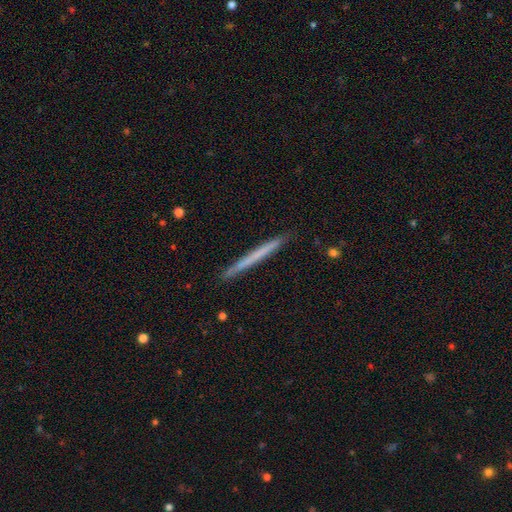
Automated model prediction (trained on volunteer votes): Smooth or featured: smooth — 53% (featured or disk — 41%)
How rounded: cigar-shaped — 98% (in between — 1%)
Merging: none — 91% (minor disturbance — 7%)